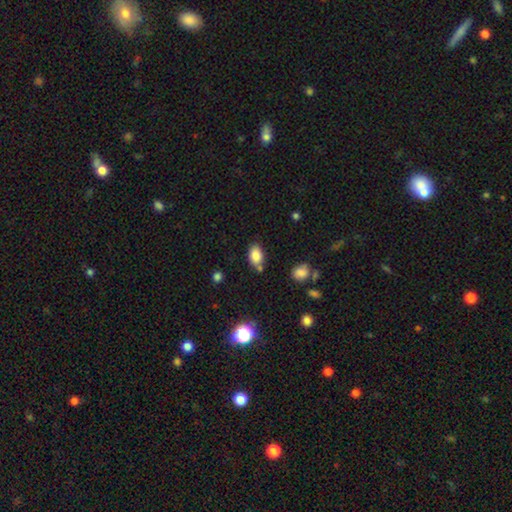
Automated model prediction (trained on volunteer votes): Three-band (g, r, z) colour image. It shows a smooth galaxy with no disk features (84%) that is in between round and cigar-shaped (86%). Merging: none (68%).